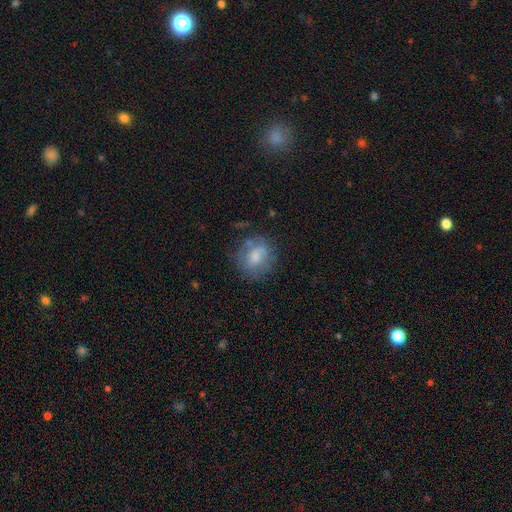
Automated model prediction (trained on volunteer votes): Q: Smooth or featured?
A: smooth (62%); runner-up: featured or disk (29%)
Q: How rounded?
A: round (70%); runner-up: in between (29%)
Q: Merging?
A: none (61%); runner-up: minor disturbance (23%)